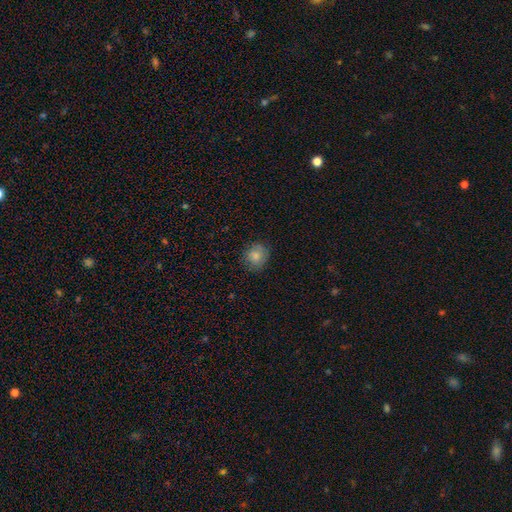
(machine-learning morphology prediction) Smooth or featured?
  - smooth: 82% *
  - featured or disk: 9%
  - star or artifact: 9%
How rounded?
  - round: 74% *
  - in between: 25%
  - cigar-shaped: 1%
Merging?
  - none: 79% *
  - minor disturbance: 16%
  - major disturbance: 4%
  - merger: 1%